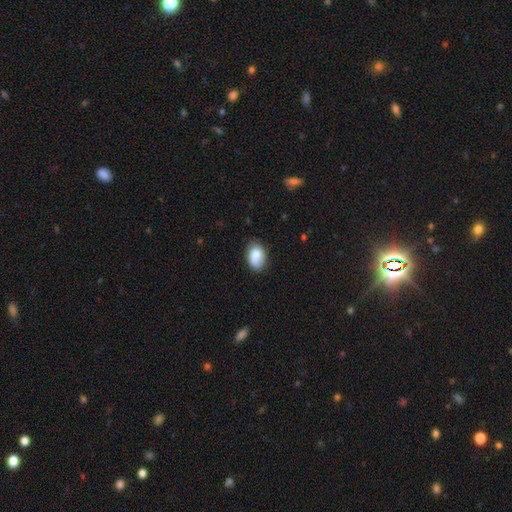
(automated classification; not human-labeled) This appears to be a smooth galaxy with no disk features (80%) that is in between round and cigar-shaped (86%). Merging: none (68%).